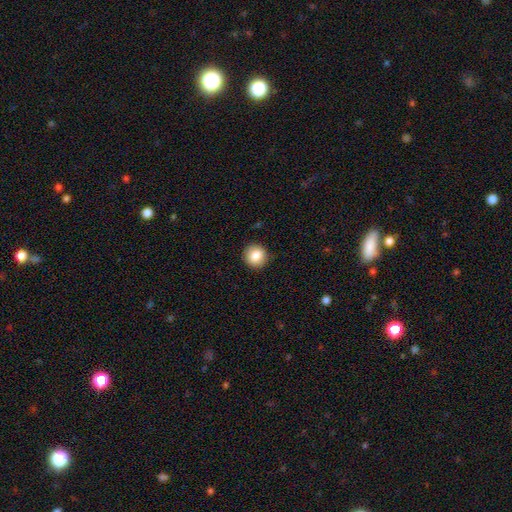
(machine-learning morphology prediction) This appears to be a smooth galaxy with no disk features (84%) that is round (90%). Merging: none (90%).